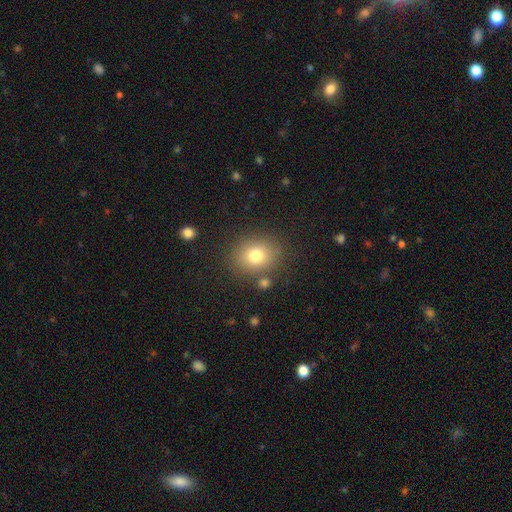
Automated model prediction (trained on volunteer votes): Smooth or featured?
  - smooth: 77% *
  - star or artifact: 12%
  - featured or disk: 10%
How rounded?
  - round: 70% *
  - in between: 29%
  - cigar-shaped: 1%
Merging?
  - none: 81% *
  - minor disturbance: 10%
  - merger: 5%
  - major disturbance: 4%